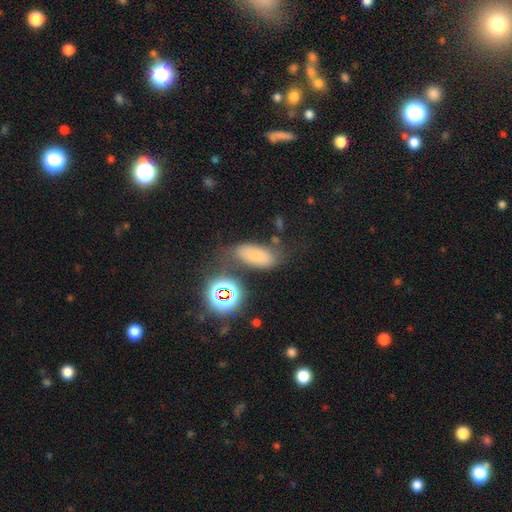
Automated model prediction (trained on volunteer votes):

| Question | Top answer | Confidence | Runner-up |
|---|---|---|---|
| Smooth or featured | smooth | 63% | star or artifact (20%) |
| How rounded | in between | 83% | round (9%) |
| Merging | none | 61% | minor disturbance (19%) |